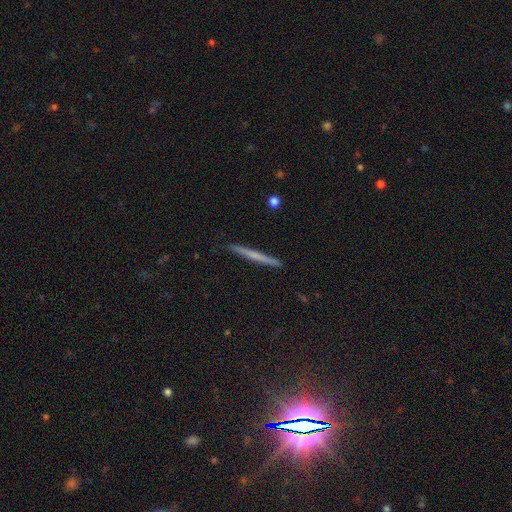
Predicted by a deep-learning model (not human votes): smooth 50%, featured or disk 43%, star or artifact 7%. Down the decision tree: merging — none (92%).